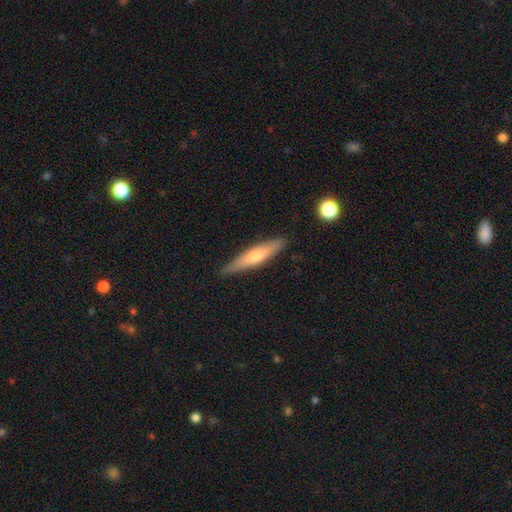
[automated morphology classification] Q: Smooth or featured?
A: featured or disk (51%); runner-up: smooth (42%)
Q: Edge-on disk?
A: yes (93%); runner-up: no (7%)
Q: Merging?
A: none (88%); runner-up: minor disturbance (9%)